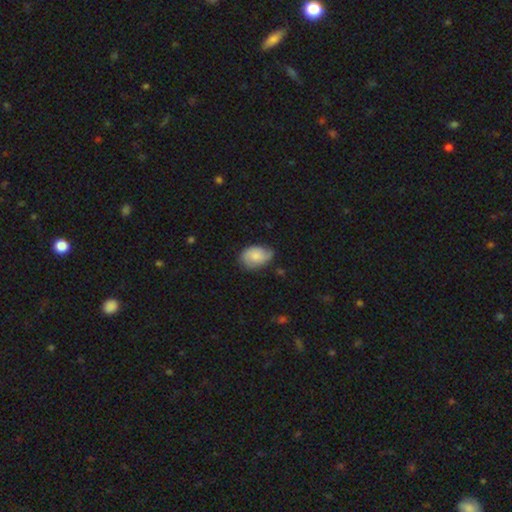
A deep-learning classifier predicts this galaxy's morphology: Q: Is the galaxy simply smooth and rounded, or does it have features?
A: smooth — 66%.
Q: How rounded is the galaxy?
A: in between — 78%.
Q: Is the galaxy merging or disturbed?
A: none — 58%.